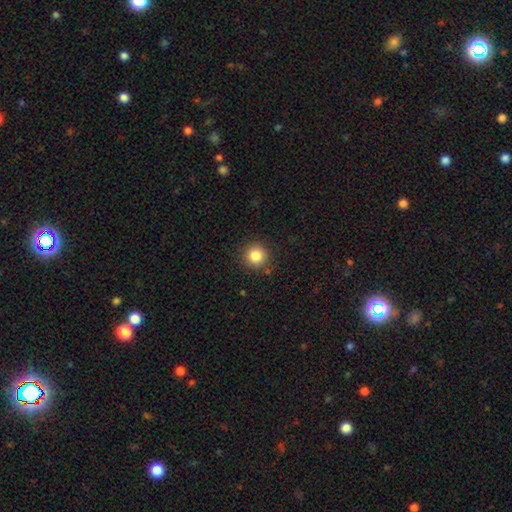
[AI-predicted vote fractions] smooth 84%, star or artifact 11%, featured or disk 5%. Down the decision tree: how rounded — round (94%); merging — none (87%).